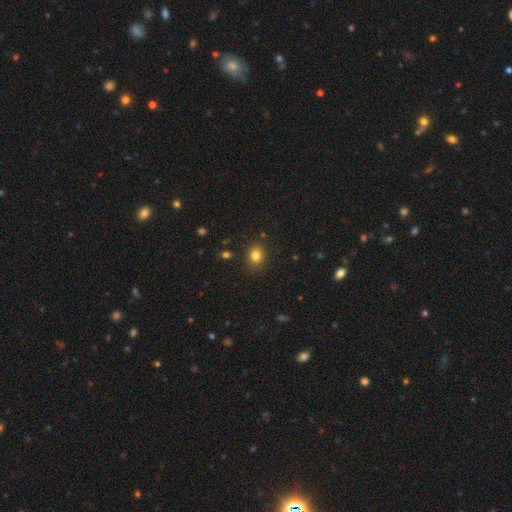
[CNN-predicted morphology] A smooth galaxy with no disk features (80%) that is round (58%). Merging: none (86%).